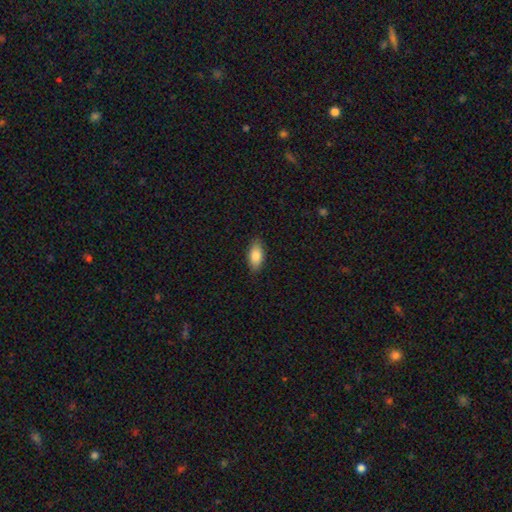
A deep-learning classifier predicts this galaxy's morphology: This is clearly a smooth galaxy (83%). How rounded: clearly in between (89%). Merging: clearly none (87%).